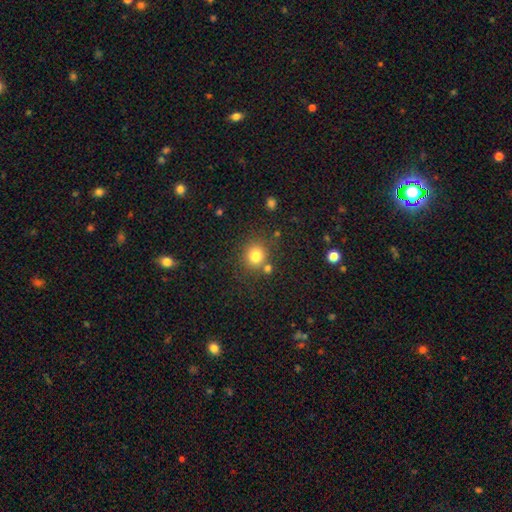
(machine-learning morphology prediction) Smooth or featured? smooth (80%)
How rounded? round (88%)
Merging? none (76%)